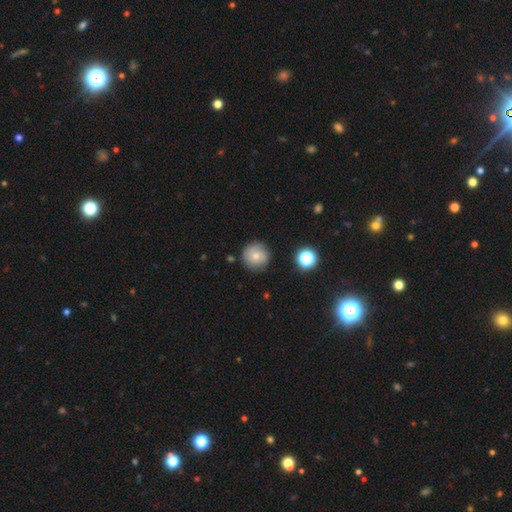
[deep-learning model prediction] Smooth or featured: smooth — 64% (featured or disk — 25%)
How rounded: round — 94% (in between — 5%)
Merging: none — 80% (minor disturbance — 15%)